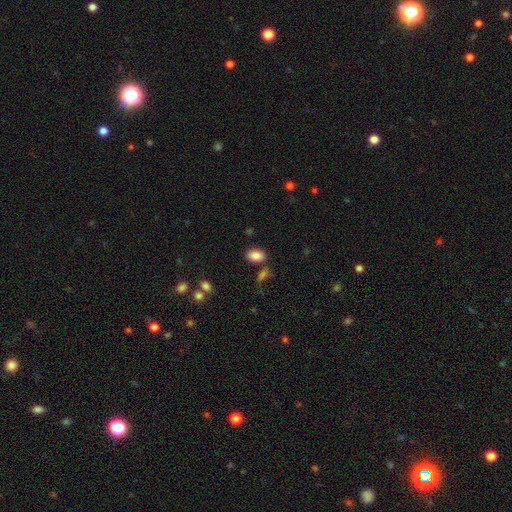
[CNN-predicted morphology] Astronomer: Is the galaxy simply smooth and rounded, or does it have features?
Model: smooth — 86%.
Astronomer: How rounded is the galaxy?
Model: in between — 89%.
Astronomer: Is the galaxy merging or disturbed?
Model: none — 77%.